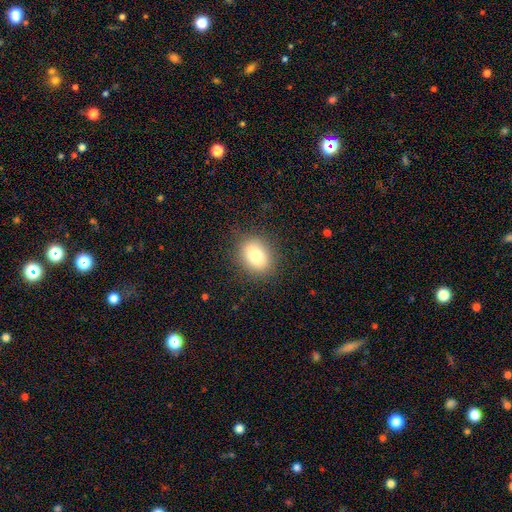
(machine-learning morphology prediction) Smooth or featured?
  - smooth: 80% *
  - featured or disk: 10%
  - star or artifact: 10%
How rounded?
  - in between: 59% *
  - round: 40%
  - cigar-shaped: 1%
Merging?
  - none: 85% *
  - minor disturbance: 11%
  - major disturbance: 4%
  - merger: 1%